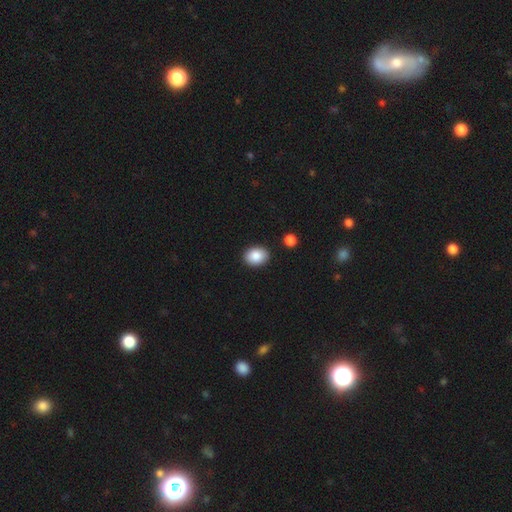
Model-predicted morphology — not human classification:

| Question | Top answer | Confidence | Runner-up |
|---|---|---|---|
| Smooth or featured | smooth | 88% | star or artifact (7%) |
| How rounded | in between | 67% | round (32%) |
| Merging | none | 88% | minor disturbance (8%) |